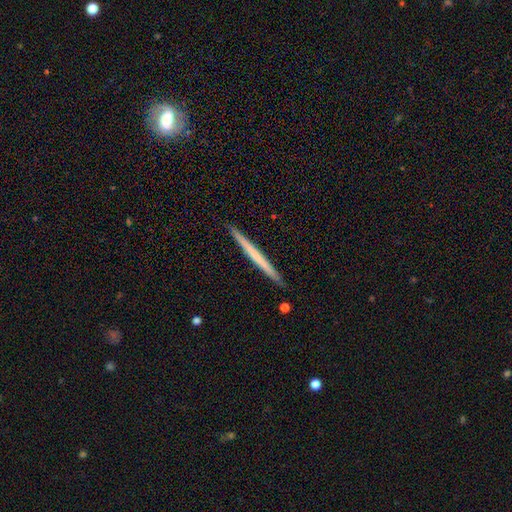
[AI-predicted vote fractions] Overall: smooth (50%; featured or disk 45%). Merging: none (92%).